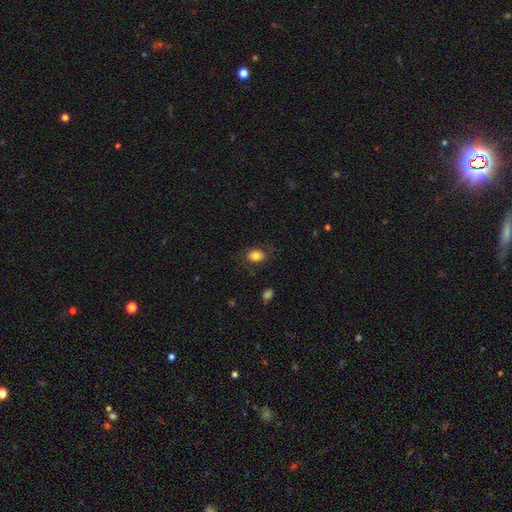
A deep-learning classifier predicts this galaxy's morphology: A smooth galaxy with no disk features (81%) that is in between round and cigar-shaped (67%).

Vote fractions:
- Smooth or featured? smooth: 81% / featured or disk: 10% / star or artifact: 9%
- How rounded? in between: 67% / round: 32% / cigar-shaped: 1%
- Merging? none: 78% / minor disturbance: 14% / major disturbance: 6% / merger: 1%